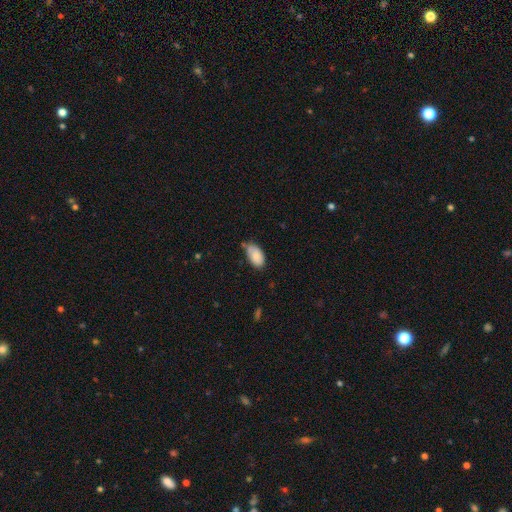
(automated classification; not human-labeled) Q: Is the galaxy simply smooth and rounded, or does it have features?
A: smooth — 85%.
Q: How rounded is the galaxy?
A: in between — 95%.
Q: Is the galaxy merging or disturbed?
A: none — 54%.